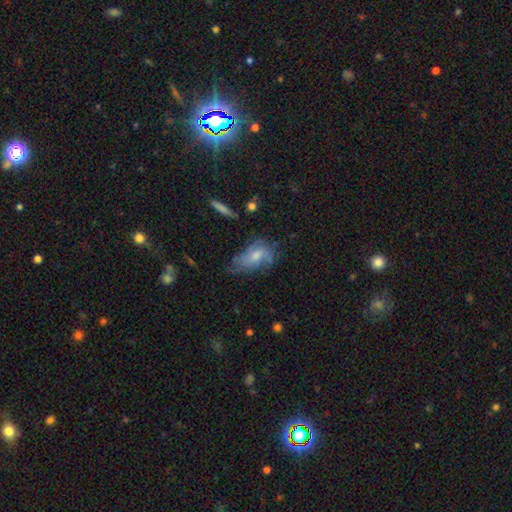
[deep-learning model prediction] Smooth or featured? Predicted: featured or disk (p=0.49). Merging? Predicted: none (p=0.46).